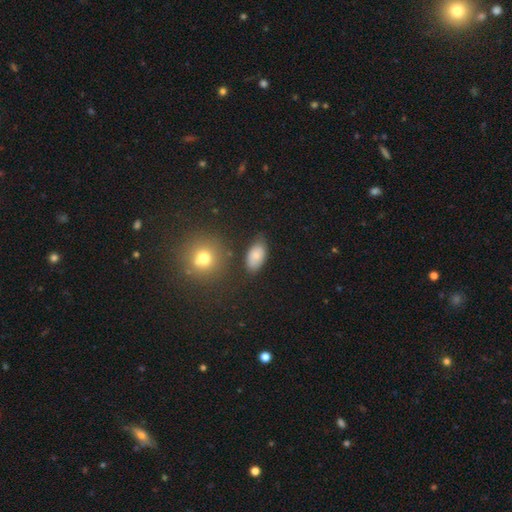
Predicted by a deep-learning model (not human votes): The model was most divided on "merging": none: 72%, minor disturbance: 19%, major disturbance: 4%, merger: 4%. More confident: how rounded — in between (91%); smooth or featured — smooth (78%).